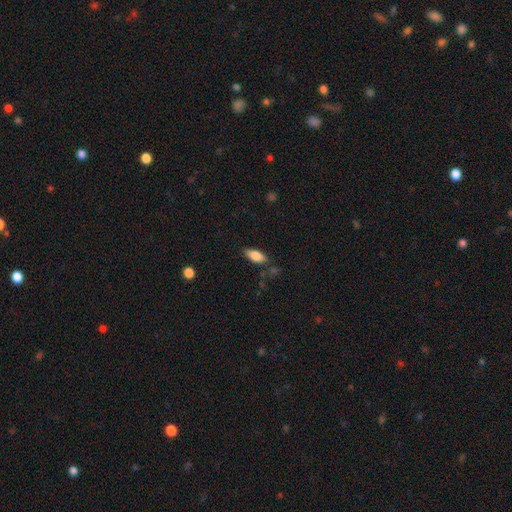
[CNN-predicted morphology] A smooth galaxy with no disk features (82%) that is in between round and cigar-shaped (85%).

Vote fractions:
- Smooth or featured? smooth: 82% / featured or disk: 11% / star or artifact: 7%
- How rounded? in between: 85% / cigar-shaped: 13% / round: 2%
- Merging? none: 76% / minor disturbance: 16% / major disturbance: 4% / merger: 4%